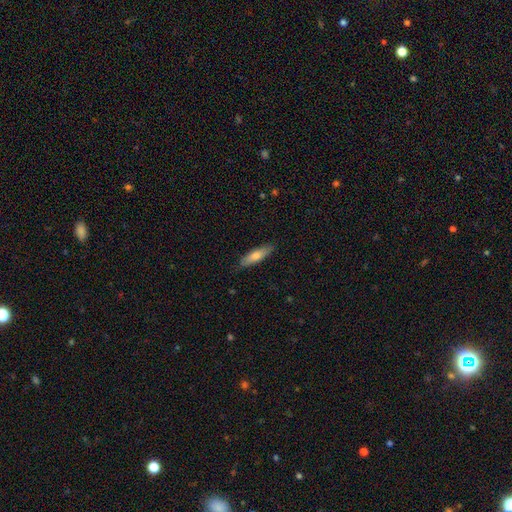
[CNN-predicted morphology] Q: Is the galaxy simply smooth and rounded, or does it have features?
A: smooth — 69%.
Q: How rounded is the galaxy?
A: cigar-shaped — 68%.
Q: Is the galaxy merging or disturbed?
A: none — 87%.